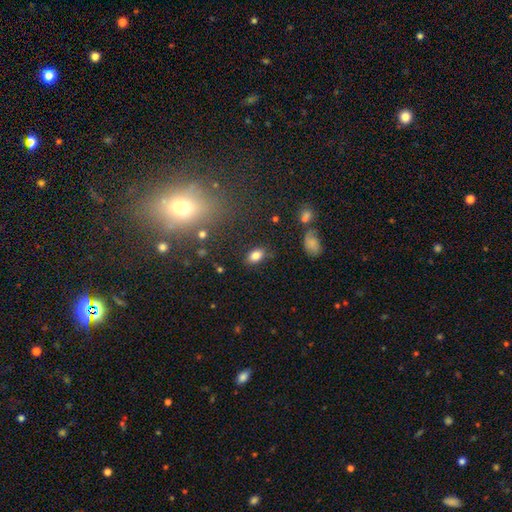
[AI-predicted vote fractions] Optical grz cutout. It shows a smooth galaxy with no disk features (82%) that is in between round and cigar-shaped (87%). Merging: none (81%).